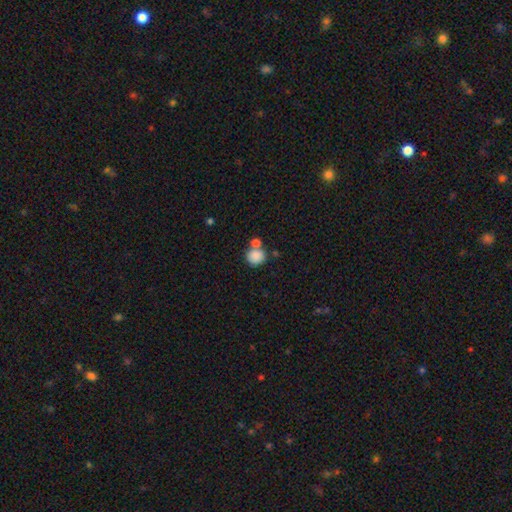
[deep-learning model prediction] Smooth or featured?
  - smooth: 85% *
  - star or artifact: 9%
  - featured or disk: 6%
How rounded?
  - round: 84% *
  - in between: 15%
  - cigar-shaped: 1%
Merging?
  - none: 54% *
  - merger: 32%
  - minor disturbance: 10%
  - major disturbance: 4%